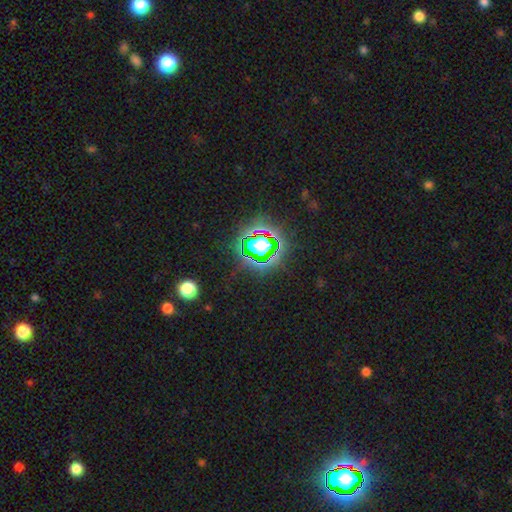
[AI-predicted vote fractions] Overall: star or artifact (71%).